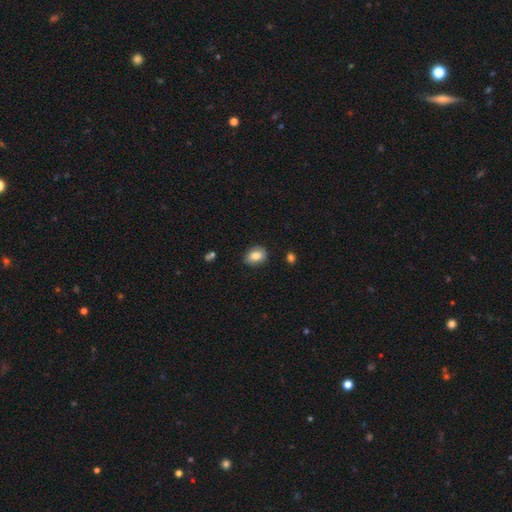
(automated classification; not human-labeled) Smooth or featured: smooth — 84% (featured or disk — 8%)
How rounded: in between — 71% (round — 27%)
Merging: none — 78% (minor disturbance — 17%)